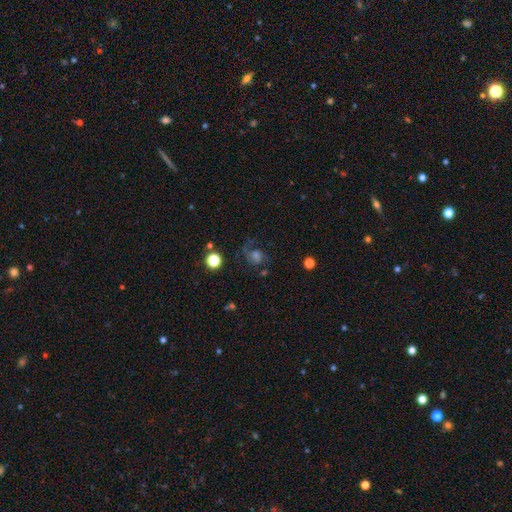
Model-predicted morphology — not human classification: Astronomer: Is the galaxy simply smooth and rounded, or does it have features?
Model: featured or disk — 60%.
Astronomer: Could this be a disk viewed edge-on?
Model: no — 97%.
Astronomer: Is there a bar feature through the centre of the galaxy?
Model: no — 62%.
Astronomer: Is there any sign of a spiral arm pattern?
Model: yes — 91%.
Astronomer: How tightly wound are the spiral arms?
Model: medium — 48% (runner-up: loose, 36%).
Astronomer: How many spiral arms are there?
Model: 2 — 67%.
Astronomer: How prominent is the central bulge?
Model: moderate — 36% (runner-up: small, 29%).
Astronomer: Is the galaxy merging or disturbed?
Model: none — 60%.